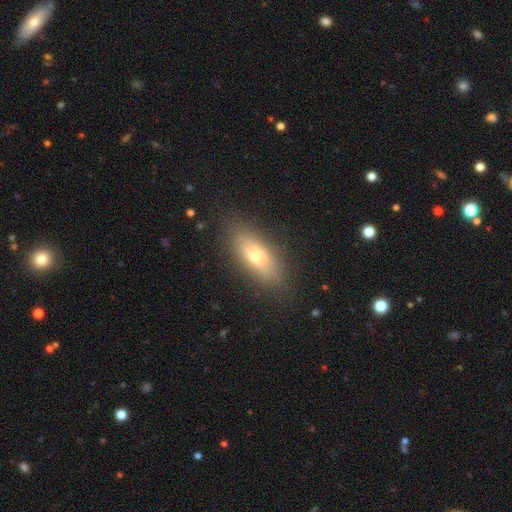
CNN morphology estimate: The model was most divided on "smooth or featured": smooth: 53%, featured or disk: 38%, star or artifact: 9%. More confident: merging — none (83%); how rounded — in between (59%).